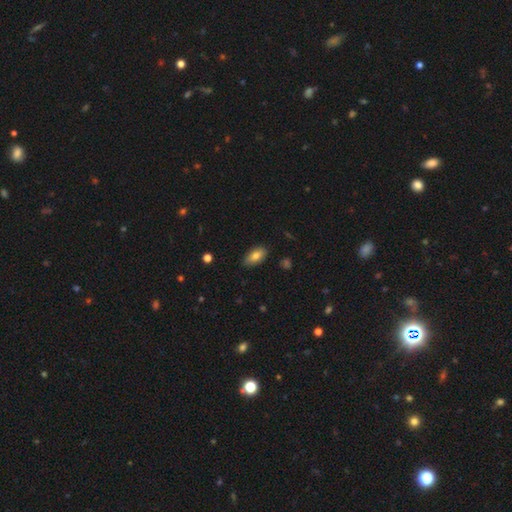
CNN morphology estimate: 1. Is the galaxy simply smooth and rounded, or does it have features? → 80% smooth, 13% featured or disk, 7% star or artifact.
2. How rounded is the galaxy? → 90% in between, 5% cigar-shaped, 4% round.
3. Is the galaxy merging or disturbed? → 83% none, 14% minor disturbance, 2% major disturbance, 1% merger.